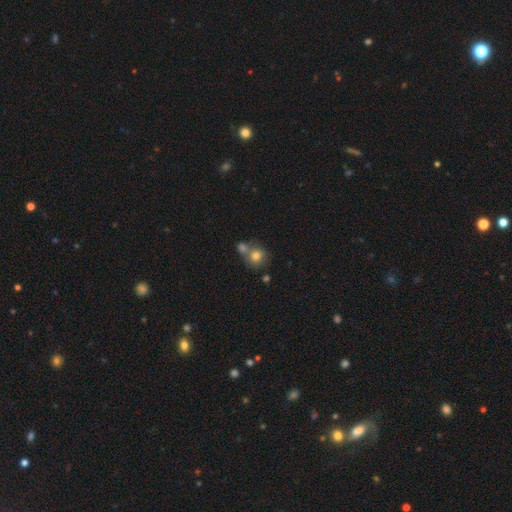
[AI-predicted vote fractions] Smooth or featured? smooth (77%)
How rounded? round (82%)
Merging? none (46%)